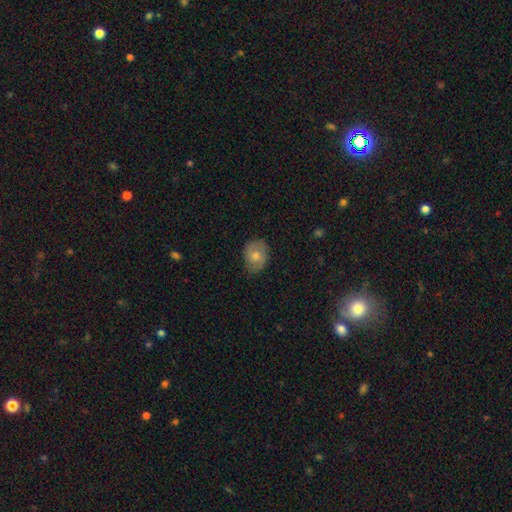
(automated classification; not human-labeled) Smooth or featured: smooth — 66% (featured or disk — 27%)
How rounded: in between — 57% (round — 42%)
Merging: none — 71% (minor disturbance — 23%)